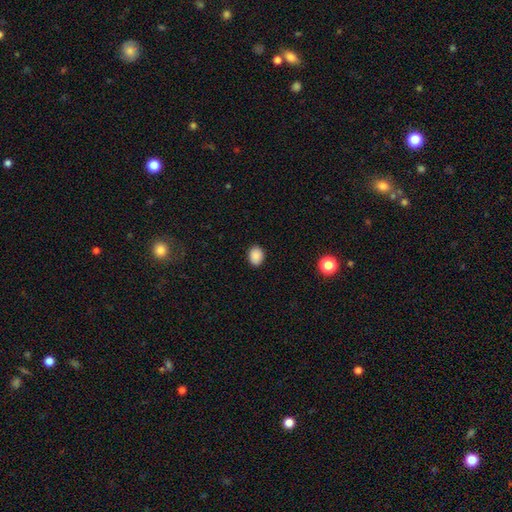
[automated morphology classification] The model was most divided on "how rounded": in between: 51%, round: 48%, cigar-shaped: 1%. More confident: merging — none (89%); smooth or featured — smooth (87%).